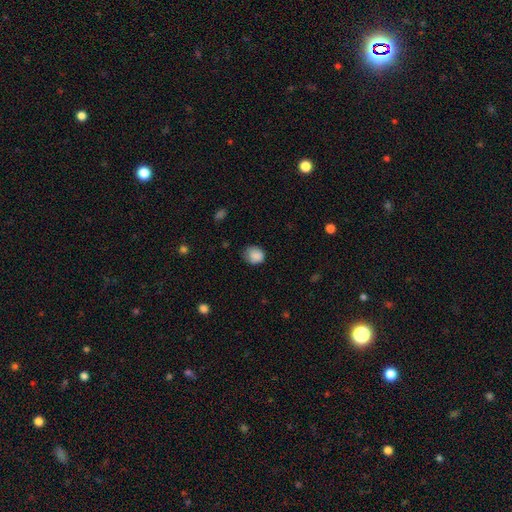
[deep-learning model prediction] Q: Smooth or featured?
A: smooth (87%); runner-up: star or artifact (8%)
Q: How rounded?
A: round (73%); runner-up: in between (26%)
Q: Merging?
A: none (65%); runner-up: minor disturbance (27%)